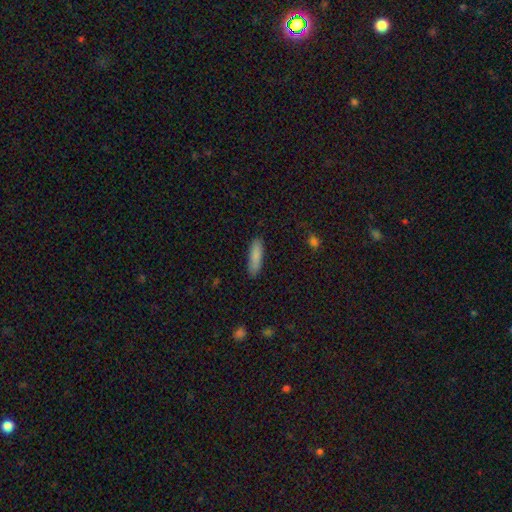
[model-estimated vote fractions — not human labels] Morphology: type=smooth (86%); roundness=cigar-shaped (60%); merging=none (87%).